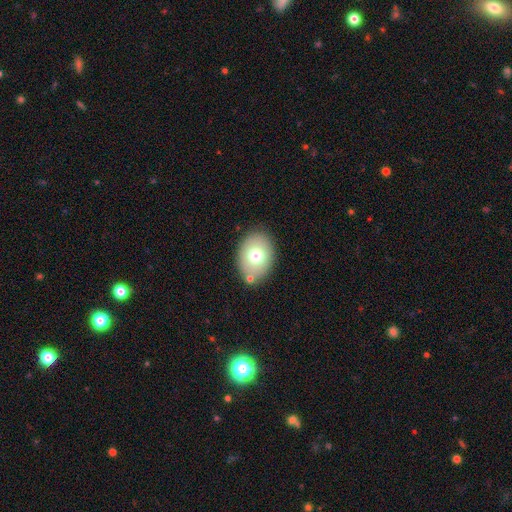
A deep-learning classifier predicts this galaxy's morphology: Smooth or featured? smooth (73%)
How rounded? in between (71%)
Merging? none (80%)